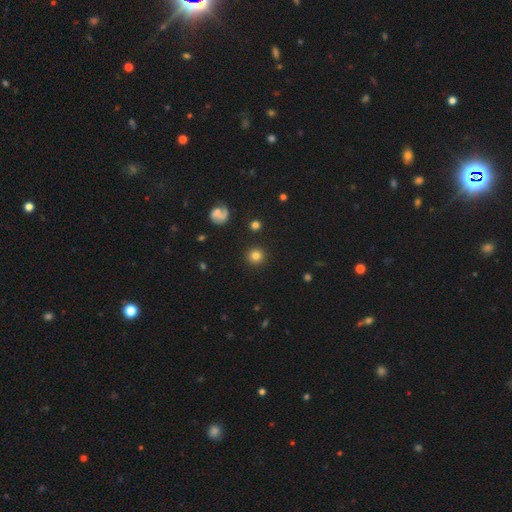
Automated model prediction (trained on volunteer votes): This appears to be a smooth galaxy with no disk features (81%) that is round (95%). Merging: none (92%).